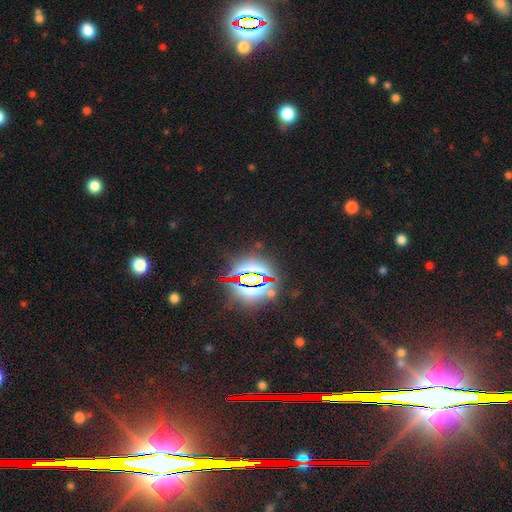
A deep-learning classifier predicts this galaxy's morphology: smooth_or_featured: star or artifact (p=0.81) [alt: smooth p=0.11]